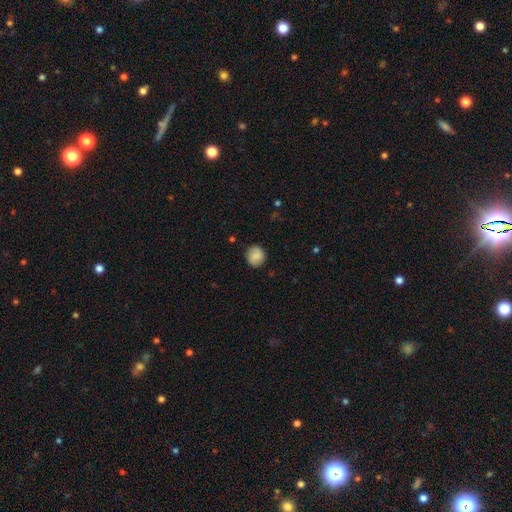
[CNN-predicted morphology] This is likely a smooth galaxy (80%). How rounded: clearly round (83%). Merging: clearly none (83%).